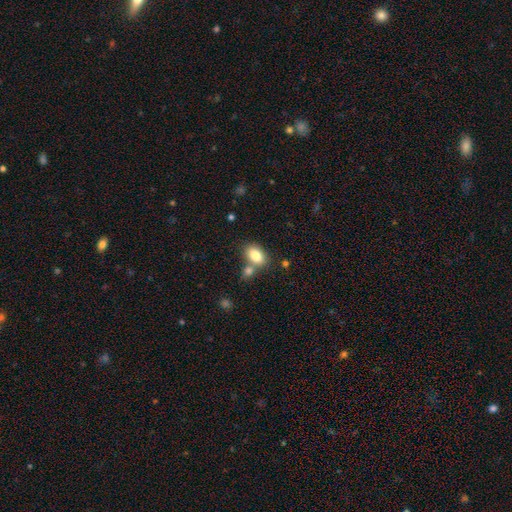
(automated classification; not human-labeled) Morphology: type=smooth (81%); roundness=in between (86%); merging=none (54%).